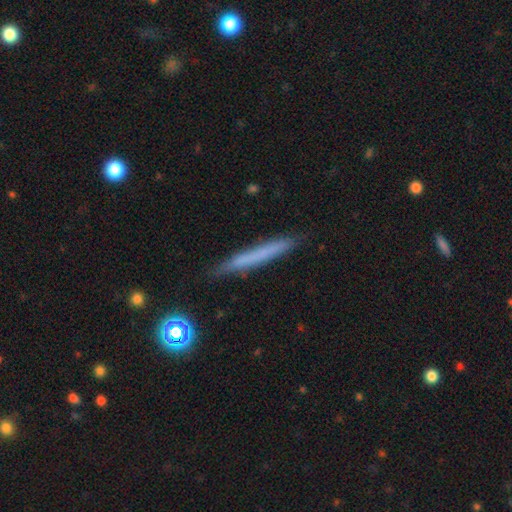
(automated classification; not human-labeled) smooth-or-featured: smooth: 59% | featured or disk: 33% | star or artifact: 7%
  how-rounded: cigar-shaped: 96% | in between: 2% | round: 1%
  merging: none: 88% | minor disturbance: 9% | major disturbance: 2% | merger: 1%